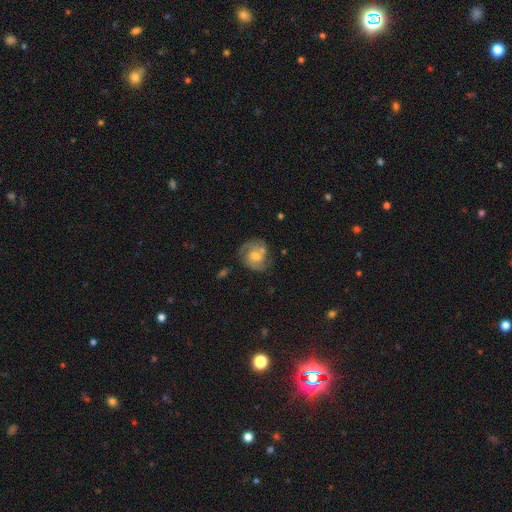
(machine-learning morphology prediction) A featured or disk galaxy (77%) with no bar (56%), 2 (69%) medium (44%, tied with tight) spiral arms (93%) and a moderate central bulge (61%).

Vote fractions:
- Smooth or featured? featured or disk: 77% / smooth: 17% / star or artifact: 6%
- Edge-on disk? no: 98% / yes: 2%
- Bar? no: 56% / weak: 37% / strong: 7%
- Spiral arms? yes: 93% / no: 7%
- Spiral winding? medium: 44% (tied) / tight: 44% (tied) / loose: 12%
- Spiral arm count? 2: 69% / can't tell: 13% / 3: 10% / 1: 4% / 4: 2% / more than 4: 2%
- Bulge size? moderate: 61% / small: 28% / large: 6% / none: 3% / dominant: 1%
- Merging? none: 65% / minor disturbance: 19% / merger: 8% / major disturbance: 8%